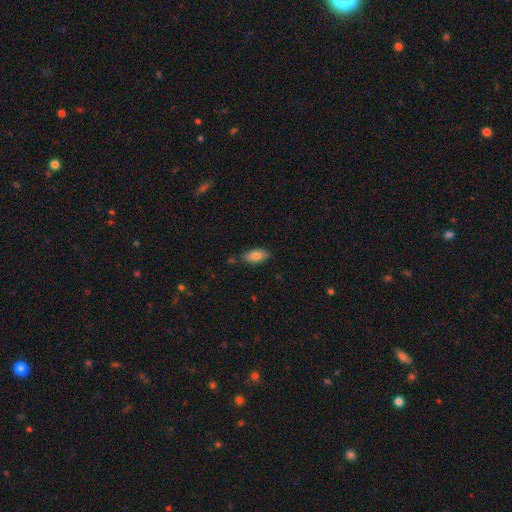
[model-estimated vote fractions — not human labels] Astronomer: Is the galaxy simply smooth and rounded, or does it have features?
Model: smooth — 81%.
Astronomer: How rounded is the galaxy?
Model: in between — 85%.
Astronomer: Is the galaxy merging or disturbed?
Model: none — 77%.